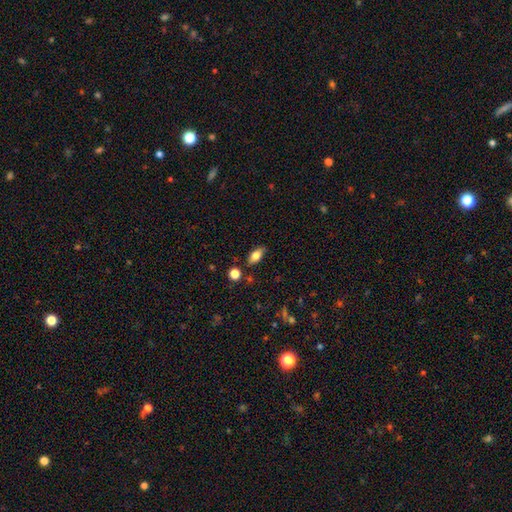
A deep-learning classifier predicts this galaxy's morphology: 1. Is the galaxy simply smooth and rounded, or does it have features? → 80% smooth, 12% featured or disk, 9% star or artifact.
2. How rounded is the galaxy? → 88% in between, 7% cigar-shaped, 5% round.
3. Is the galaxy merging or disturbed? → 80% none, 13% minor disturbance, 4% merger, 3% major disturbance.